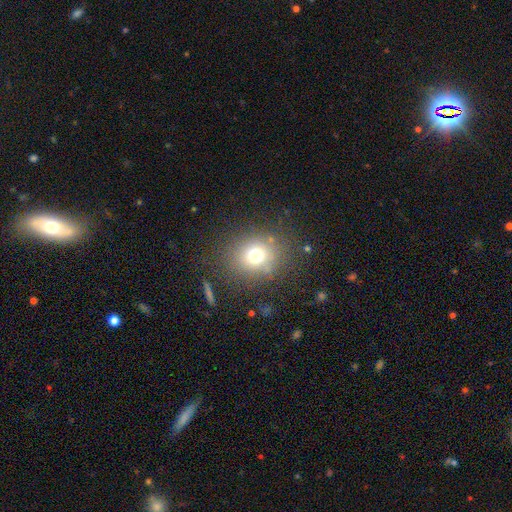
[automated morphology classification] Smooth or featured? Predicted: smooth (p=0.72). How rounded? Predicted: round (p=0.79). Merging? Predicted: none (p=0.81).